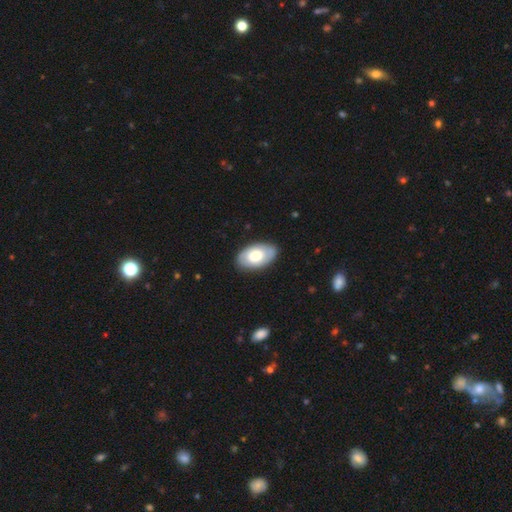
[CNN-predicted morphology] Q: Smooth or featured?
A: smooth (58%); runner-up: featured or disk (37%)
Q: How rounded?
A: in between (93%); runner-up: round (6%)
Q: Merging?
A: none (84%); runner-up: minor disturbance (12%)